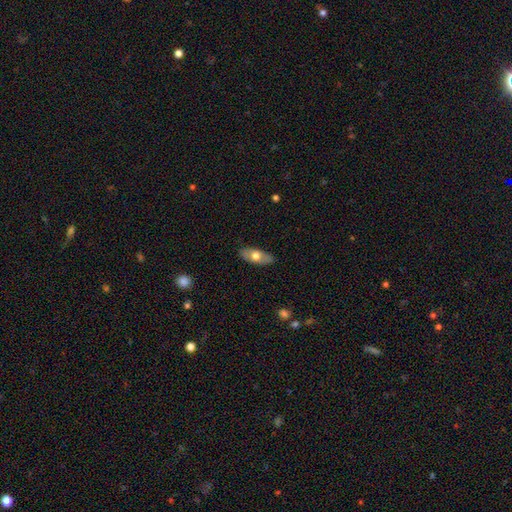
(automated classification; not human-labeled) Morphology: type=smooth (58%); roundness=in between (85%); merging=none (85%).